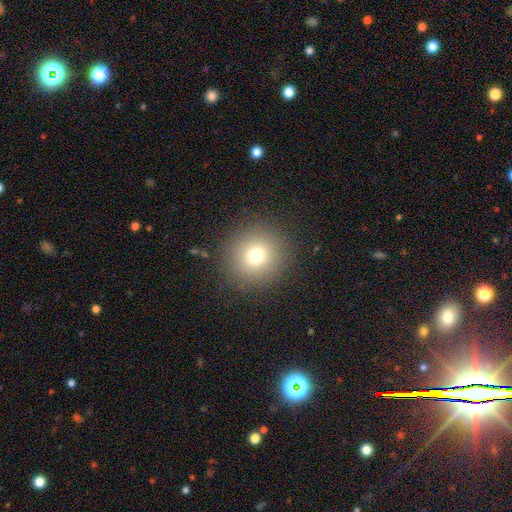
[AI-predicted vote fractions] This is likely a smooth galaxy (75%). How rounded: clearly round (94%). Merging: clearly none (89%).